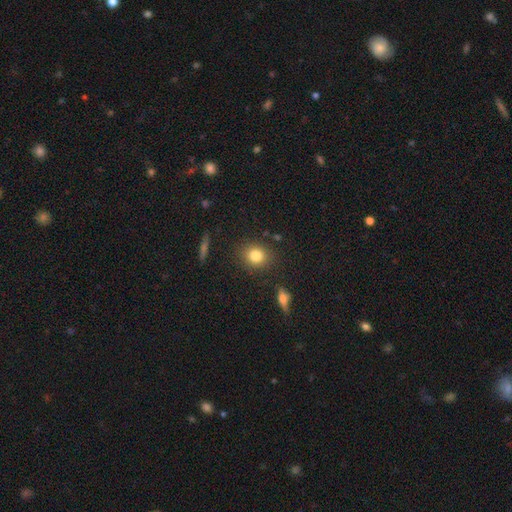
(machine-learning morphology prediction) type=smooth (82%); roundness=round (74%); merging=none (86%).